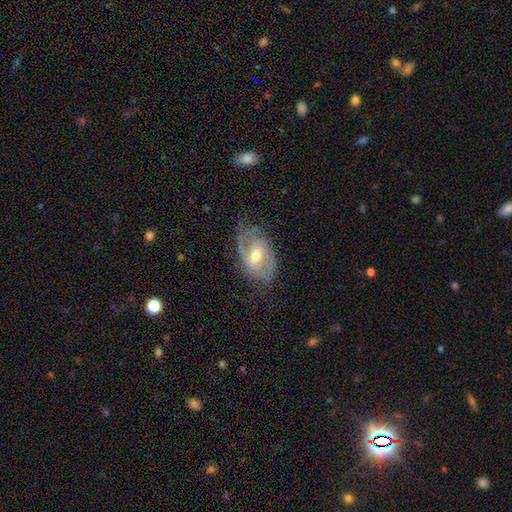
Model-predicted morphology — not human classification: Smooth or featured?
  - featured or disk: 80% *
  - smooth: 14%
  - star or artifact: 6%
Edge-on disk?
  - no: 95% *
  - yes: 5%
Bar?
  - weak: 50% *
  - no: 29%
  - strong: 21%
Spiral arms?
  - yes: 90% *
  - no: 10%
Spiral winding?
  - medium: 45% *
  - tight: 36%
  - loose: 20%
Spiral arm count?
  - 2: 71% *
  - can't tell: 14%
  - 1: 8%
  - 3: 4%
  - 4: 2%
  - more than 4: 1%
Bulge size?
  - moderate: 68% *
  - small: 26%
  - large: 4%
  - none: 1%
  - dominant: 1%
Merging?
  - none: 65% *
  - minor disturbance: 23%
  - major disturbance: 11%
  - merger: 1%